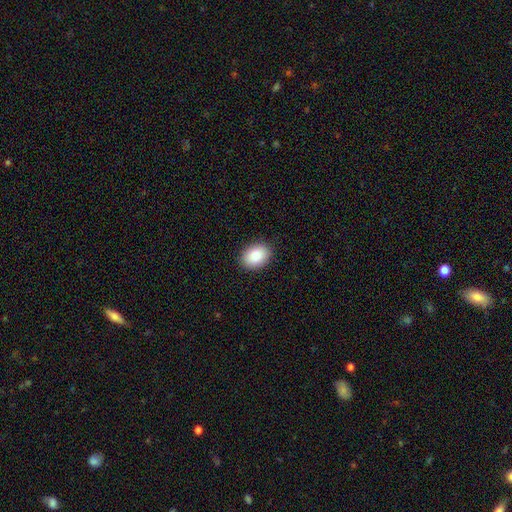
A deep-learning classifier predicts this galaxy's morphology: smooth 88%, star or artifact 7%, featured or disk 5%. Down the decision tree: how rounded — in between (80%); merging — none (89%).